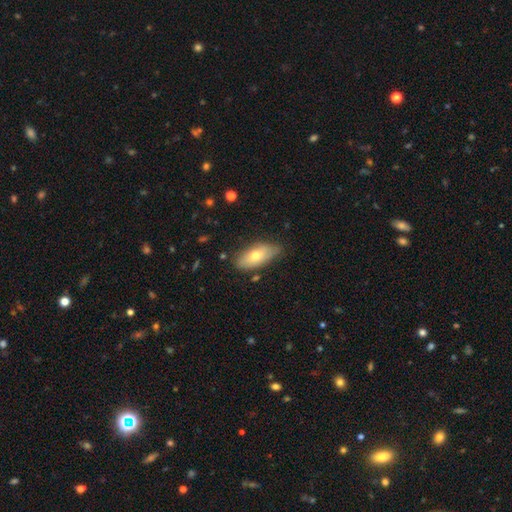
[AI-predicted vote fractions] Smooth or featured? Predicted: smooth (p=0.64). How rounded? Predicted: in between (p=0.84). Merging? Predicted: none (p=0.77).